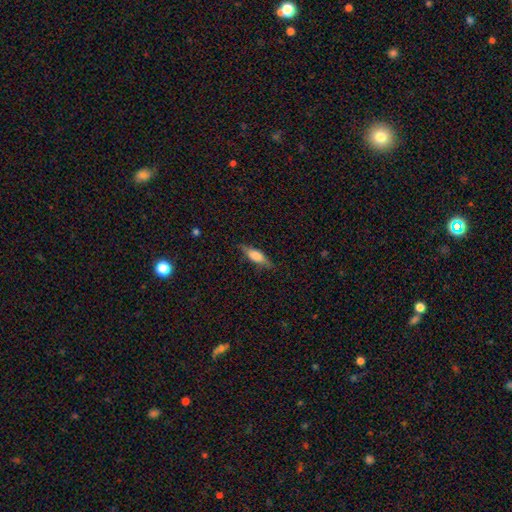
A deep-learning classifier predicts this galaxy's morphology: type=smooth (60%); roundness=cigar-shaped (51%); merging=none (80%).